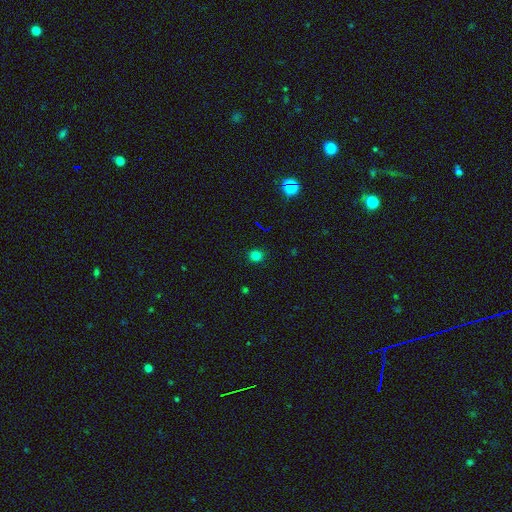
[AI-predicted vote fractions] The model was most divided on "smooth or featured": smooth: 78%, star or artifact: 18%, featured or disk: 5%. More confident: merging — none (91%); how rounded — round (91%).